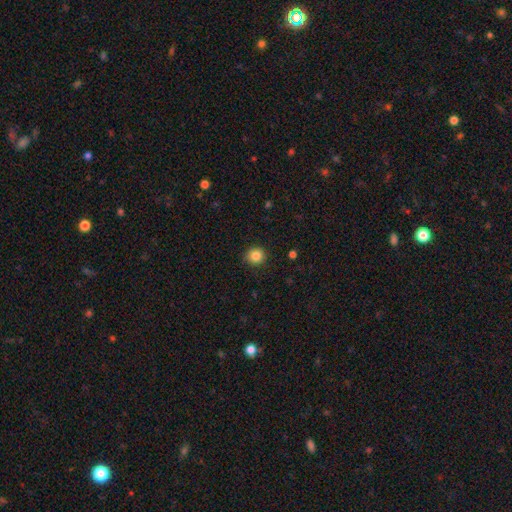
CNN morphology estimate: A smooth galaxy with no disk features (85%) that is round (90%).

Vote fractions:
- Smooth or featured? smooth: 85% / star or artifact: 10% / featured or disk: 4%
- How rounded? round: 90% / in between: 9% / cigar-shaped: 1%
- Merging? none: 90% / minor disturbance: 7% / major disturbance: 2% / merger: 1%